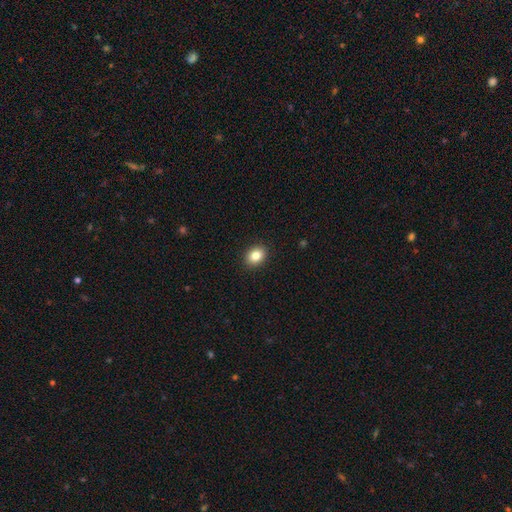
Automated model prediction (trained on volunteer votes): Q: Smooth or featured?
A: smooth (84%); runner-up: star or artifact (10%)
Q: How rounded?
A: in between (56%); runner-up: round (43%)
Q: Merging?
A: none (91%); runner-up: minor disturbance (6%)